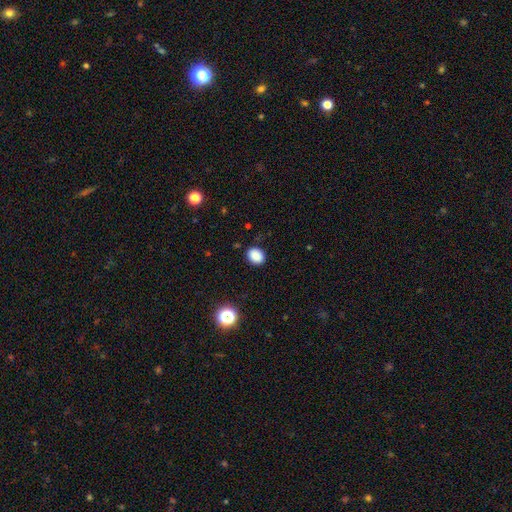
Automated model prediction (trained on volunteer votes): A smooth galaxy with no disk features (87%) that is in between round and cigar-shaped (54%). Merging: none (88%).